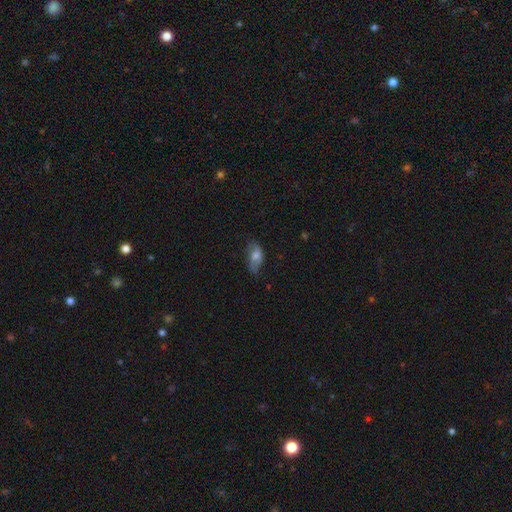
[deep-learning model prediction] A smooth galaxy with no disk features (59%) that is in between round and cigar-shaped (86%). Merging: none (57%).